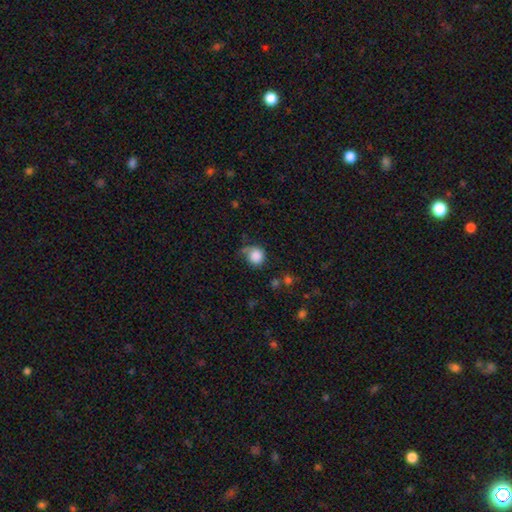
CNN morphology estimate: smooth 83%, star or artifact 9%, featured or disk 8%. Down the decision tree: how rounded — round (86%); merging — none (48%).